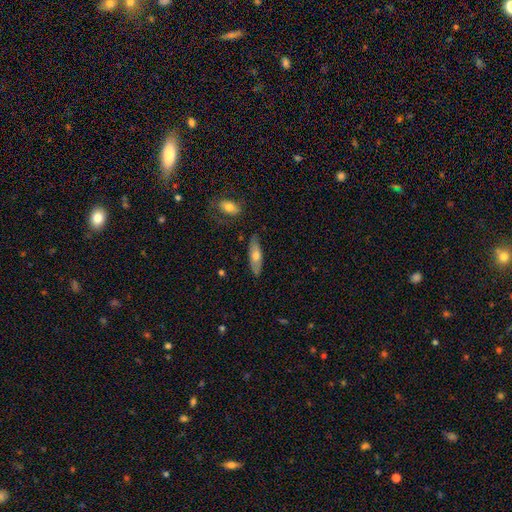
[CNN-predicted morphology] Q: Smooth or featured?
A: smooth (59%); runner-up: featured or disk (35%)
Q: How rounded?
A: in between (50%); runner-up: cigar-shaped (48%)
Q: Merging?
A: none (81%); runner-up: minor disturbance (14%)